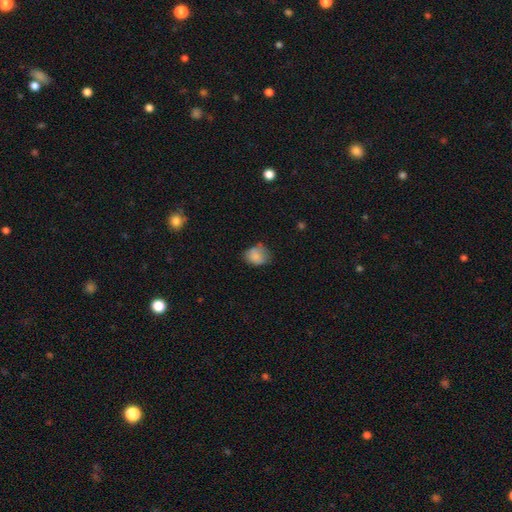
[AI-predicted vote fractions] Morphology: type=smooth (80%); roundness=in between (51%); merging=none (50%).